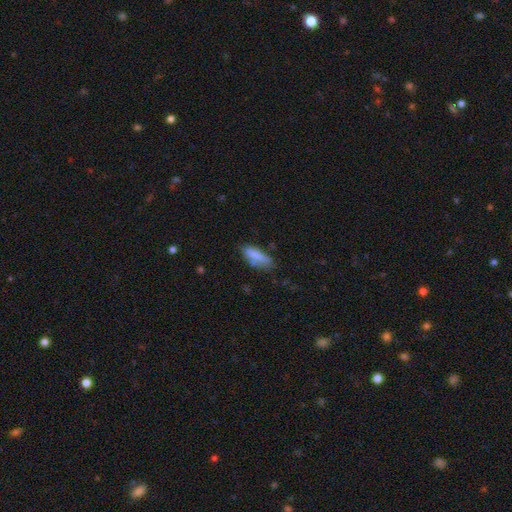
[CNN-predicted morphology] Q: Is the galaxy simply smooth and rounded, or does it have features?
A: smooth — 78%.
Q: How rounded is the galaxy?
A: in between — 50%.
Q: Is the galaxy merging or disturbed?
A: none — 63%.